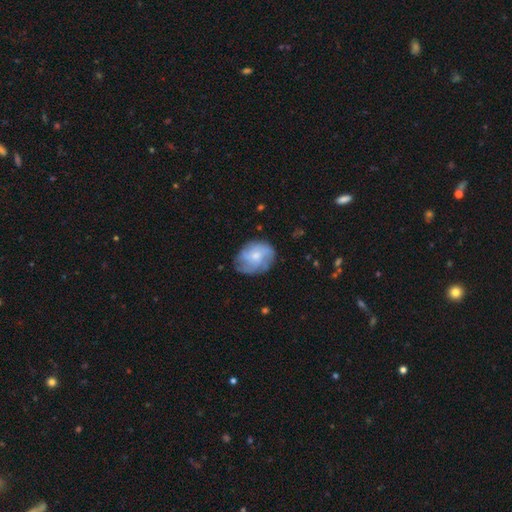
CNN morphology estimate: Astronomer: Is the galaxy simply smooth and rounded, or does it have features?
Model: featured or disk — 52% (runner-up: smooth, 40%).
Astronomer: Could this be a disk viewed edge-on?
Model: no — 97%.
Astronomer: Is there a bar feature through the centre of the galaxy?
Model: no — 76%.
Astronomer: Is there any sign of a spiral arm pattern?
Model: yes — 74%.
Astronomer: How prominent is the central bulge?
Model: small — 47% (runner-up: moderate, 42%).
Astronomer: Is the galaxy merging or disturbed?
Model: none — 66%.